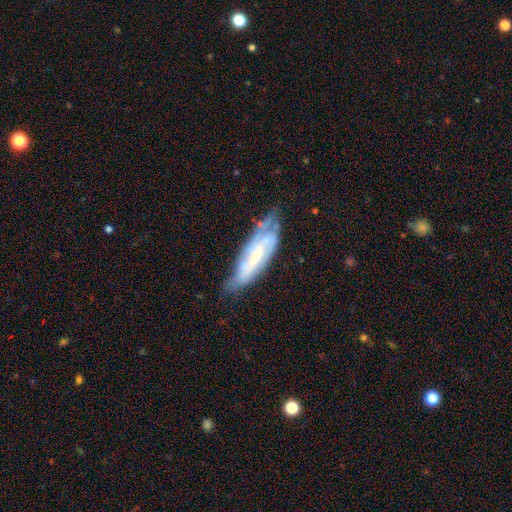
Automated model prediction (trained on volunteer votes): Smooth or featured?
  - featured or disk: 66% *
  - smooth: 27%
  - star or artifact: 7%
Edge-on disk?
  - no: 76% *
  - yes: 24%
Bar?
  - no: 49% *
  - weak: 37%
  - strong: 15%
Spiral arms?
  - yes: 76% *
  - no: 24%
Bulge size?
  - small: 58% *
  - moderate: 29%
  - none: 9%
  - large: 2%
  - dominant: 1%
Merging?
  - none: 52% *
  - minor disturbance: 32%
  - major disturbance: 12%
  - merger: 4%